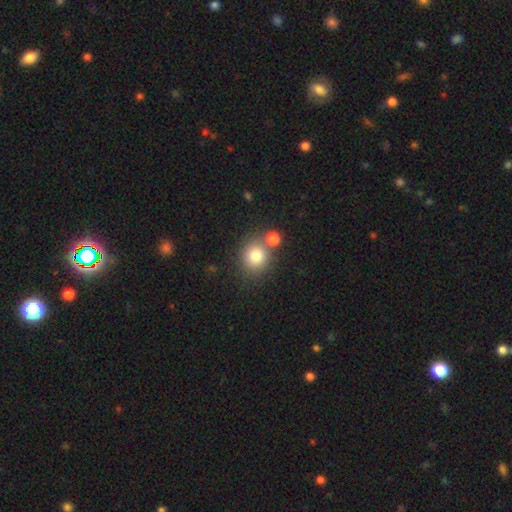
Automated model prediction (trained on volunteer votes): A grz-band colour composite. It shows a smooth galaxy with no disk features (81%) that is round (82%). Merging: none (63%).